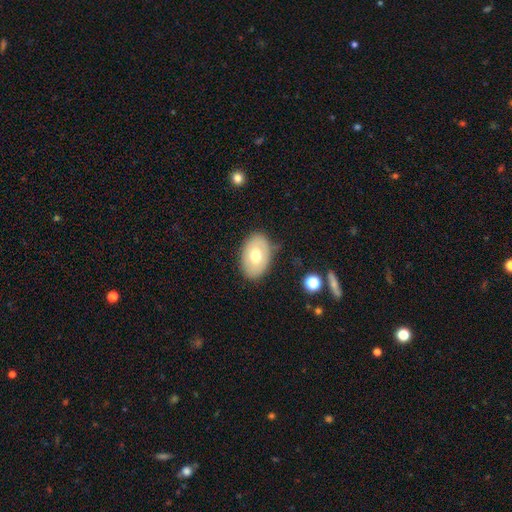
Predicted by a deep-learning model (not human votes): smooth-or-featured: smooth: 63% | featured or disk: 30% | star or artifact: 7%
  how-rounded: in between: 86% | round: 13% | cigar-shaped: 1%
  merging: none: 80% | minor disturbance: 15% | major disturbance: 4% | merger: 2%